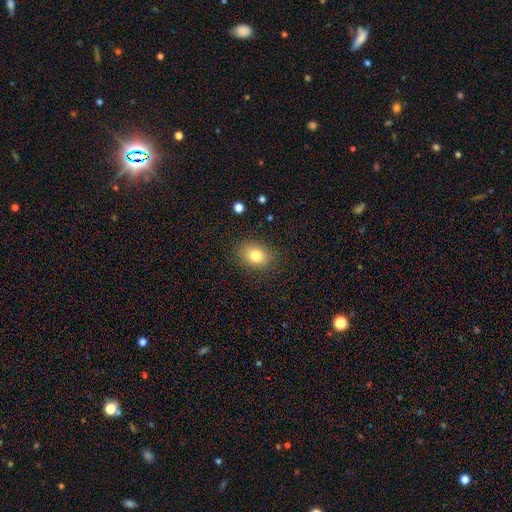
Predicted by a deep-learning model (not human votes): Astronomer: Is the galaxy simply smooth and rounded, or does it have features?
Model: smooth — 80%.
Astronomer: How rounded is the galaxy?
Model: in between — 63%.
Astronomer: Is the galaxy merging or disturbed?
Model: none — 86%.